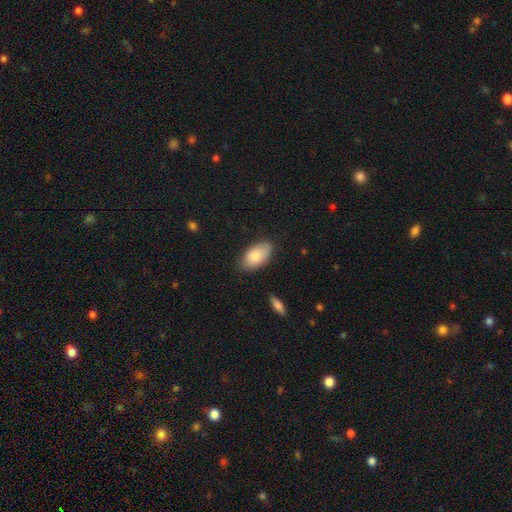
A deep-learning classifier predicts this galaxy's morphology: smooth 83%, featured or disk 11%, star or artifact 6%. Down the decision tree: how rounded — in between (94%); merging — none (76%).